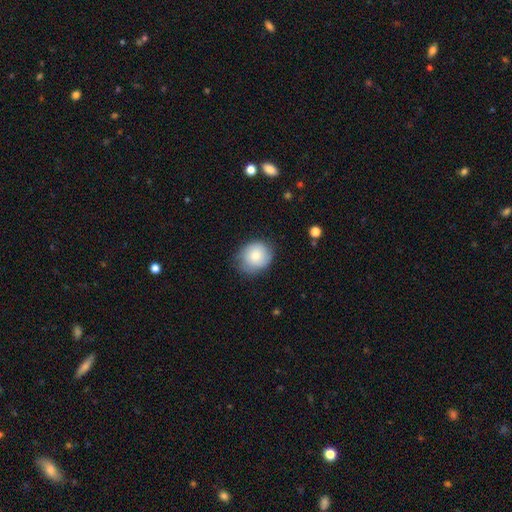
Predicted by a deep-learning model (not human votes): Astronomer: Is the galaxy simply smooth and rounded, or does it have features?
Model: smooth — 72%.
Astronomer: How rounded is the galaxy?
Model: round — 75%.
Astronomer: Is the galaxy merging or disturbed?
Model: none — 71%.